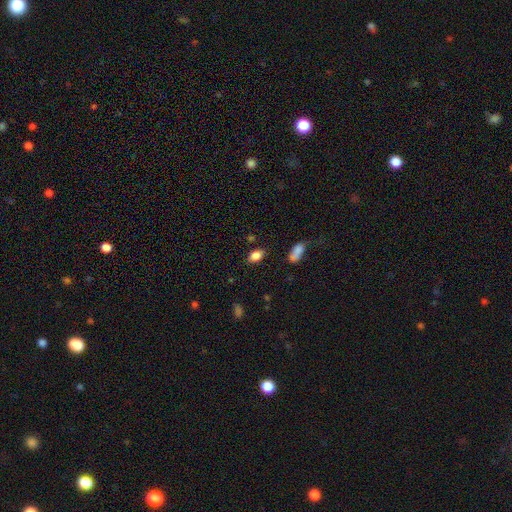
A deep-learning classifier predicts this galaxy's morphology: Q: Smooth or featured?
A: smooth (86%); runner-up: star or artifact (9%)
Q: How rounded?
A: in between (87%); runner-up: round (10%)
Q: Merging?
A: none (80%); runner-up: minor disturbance (13%)